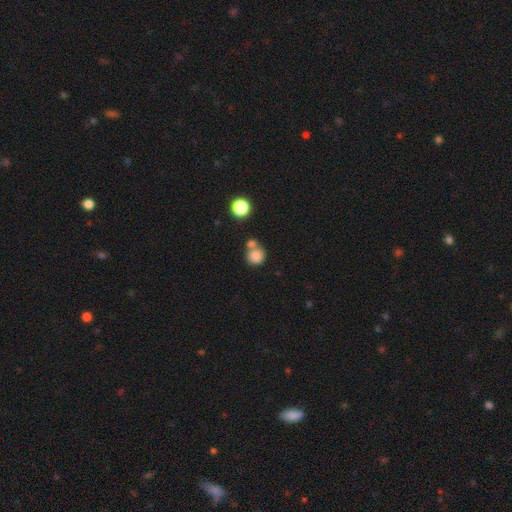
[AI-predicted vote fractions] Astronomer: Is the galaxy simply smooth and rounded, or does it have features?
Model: smooth — 82%.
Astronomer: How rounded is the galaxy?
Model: round — 89%.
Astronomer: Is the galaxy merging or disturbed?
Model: none — 53% (runner-up: merger, 34%).